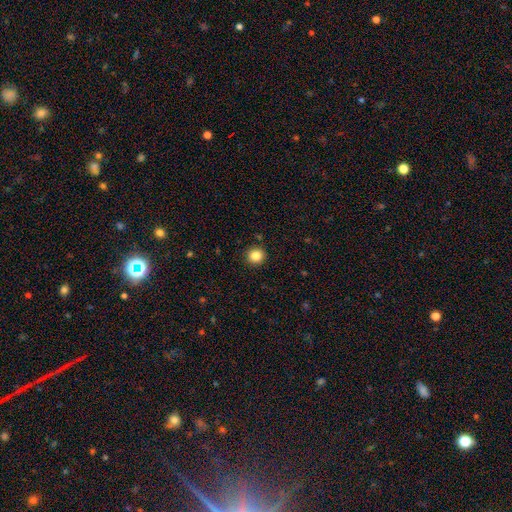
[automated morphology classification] This is clearly a smooth galaxy (85%). How rounded: clearly round (89%). Merging: clearly none (92%).